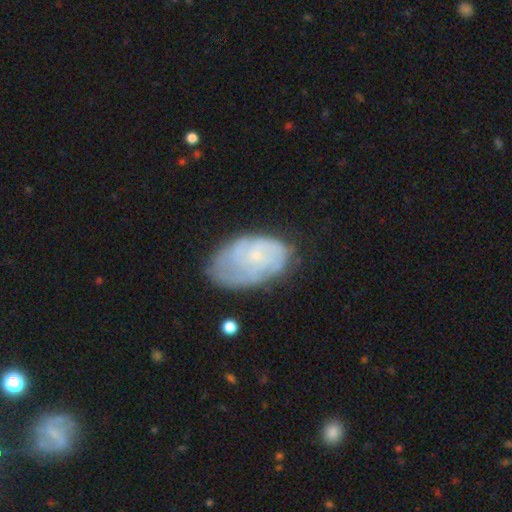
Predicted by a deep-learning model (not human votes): Morphology: type=featured or disk (61%); edge-on=no (96%); bar=no (79%); spiral arms=yes (75%); bulge=small (76%); merging=none (54%).